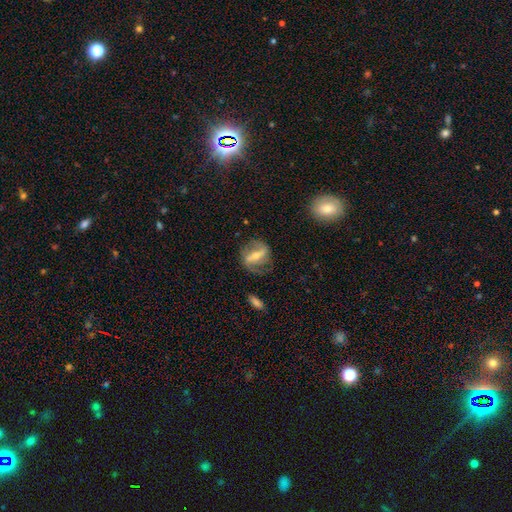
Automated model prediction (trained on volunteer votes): Morphology: type=featured or disk (73%); edge-on=no (89%); bar=strong (68%); spiral arms=yes (77%); winding=loose (40%); arm count=2 (82%); bulge=small (48%); merging=none (72%).